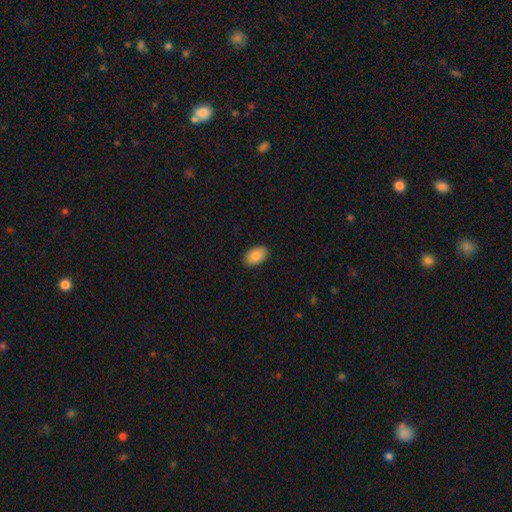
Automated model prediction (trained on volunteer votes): Smooth or featured? smooth (89%)
How rounded? in between (93%)
Merging? none (89%)